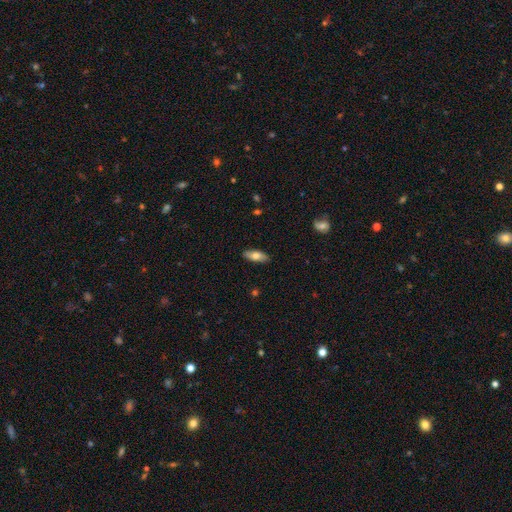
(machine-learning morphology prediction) Q: Smooth or featured?
A: smooth (72%); runner-up: featured or disk (22%)
Q: How rounded?
A: in between (71%); runner-up: cigar-shaped (27%)
Q: Merging?
A: none (89%); runner-up: minor disturbance (8%)